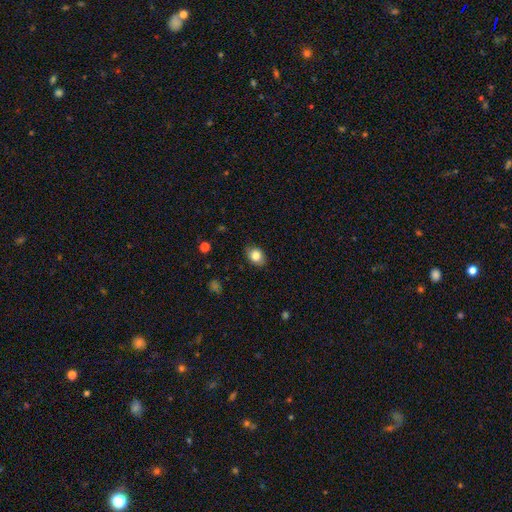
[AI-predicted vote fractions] smooth_or_featured: smooth (p=0.83) [alt: star or artifact p=0.09]
how_rounded: in between (p=0.67) [alt: round p=0.32]
merging: none (p=0.83) [alt: minor disturbance p=0.13]